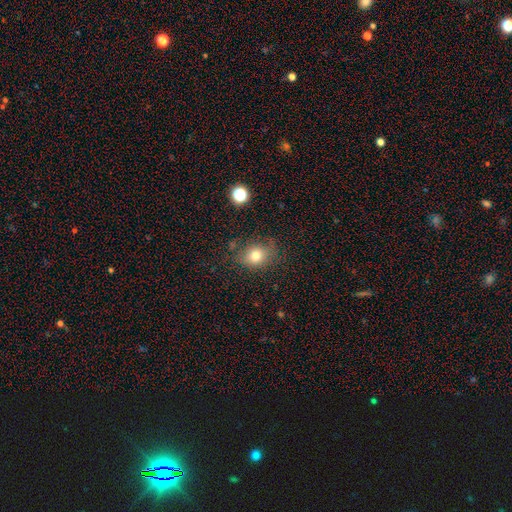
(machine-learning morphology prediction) A smooth galaxy with no disk features (76%) that is round (54%). Merging: none (70%).